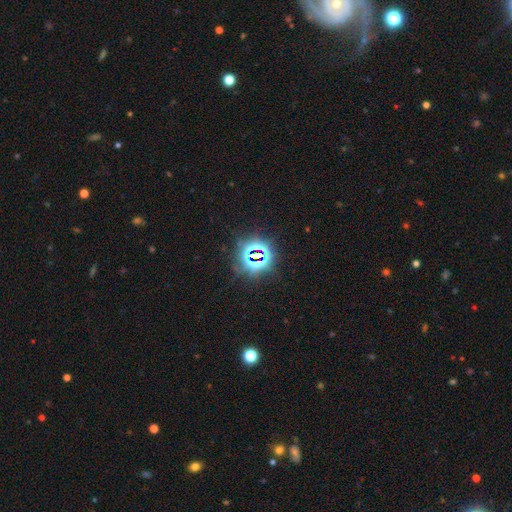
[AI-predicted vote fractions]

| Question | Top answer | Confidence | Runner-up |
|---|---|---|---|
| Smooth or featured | star or artifact | 79% | smooth (12%) |